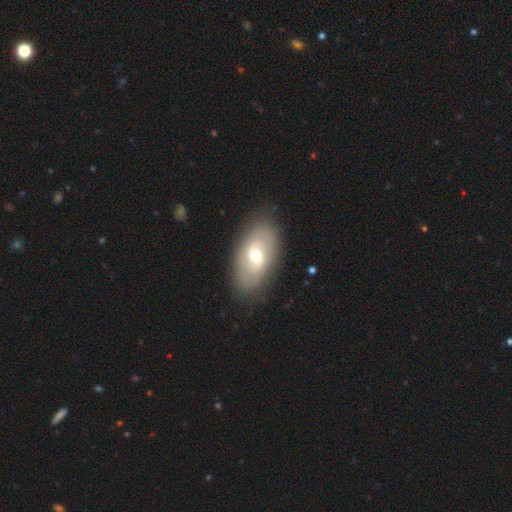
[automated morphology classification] Q: Smooth or featured?
A: featured or disk (49%); runner-up: smooth (44%)
Q: Merging?
A: none (83%); runner-up: minor disturbance (12%)